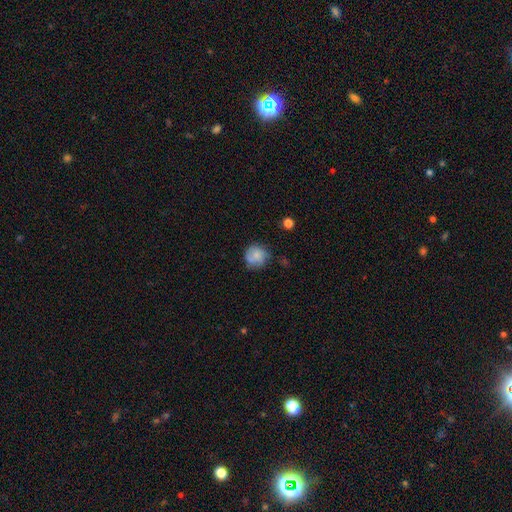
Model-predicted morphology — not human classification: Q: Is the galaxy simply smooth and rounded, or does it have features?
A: smooth — 67%.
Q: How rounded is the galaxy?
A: round — 87%.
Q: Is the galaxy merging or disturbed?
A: none — 65%.